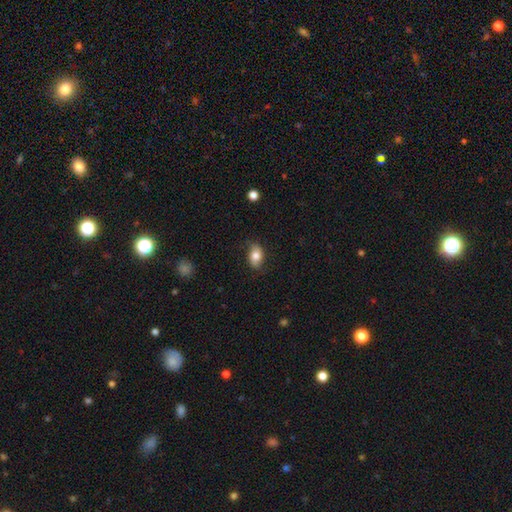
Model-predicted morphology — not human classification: Smooth or featured: smooth — 78% (featured or disk — 15%)
How rounded: in between — 85% (round — 13%)
Merging: none — 76% (minor disturbance — 18%)